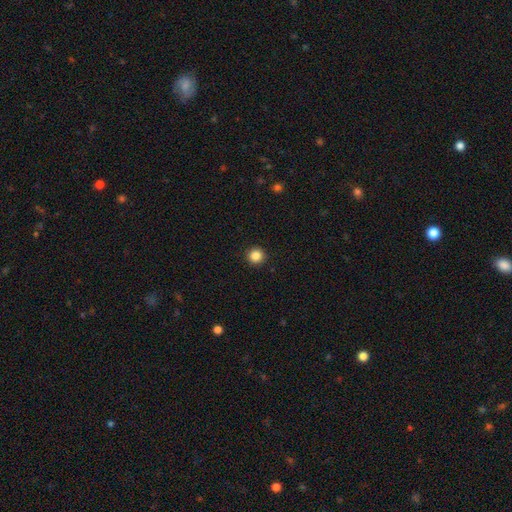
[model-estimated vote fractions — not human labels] smooth_or_featured: smooth (p=0.86) [alt: star or artifact p=0.11]
how_rounded: round (p=0.96) [alt: in between p=0.03]
merging: none (p=0.94) [alt: minor disturbance p=0.04]